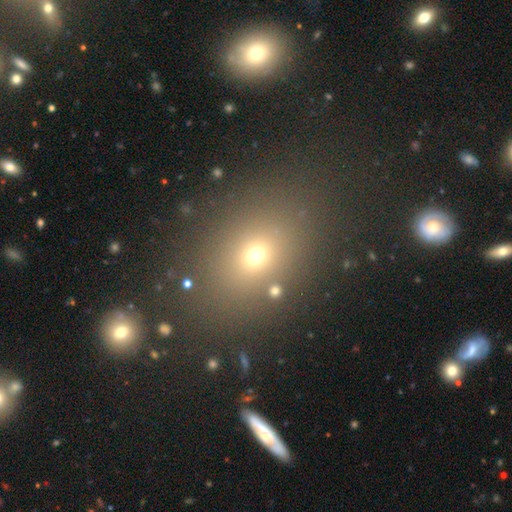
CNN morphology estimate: A smooth galaxy with no disk features (65%) that is in between round and cigar-shaped (55%).

Vote fractions:
- Smooth or featured? smooth: 65% / star or artifact: 23% / featured or disk: 12%
- How rounded? in between: 55% / round: 43% / cigar-shaped: 2%
- Merging? none: 81% / minor disturbance: 10% / major disturbance: 5% / merger: 4%